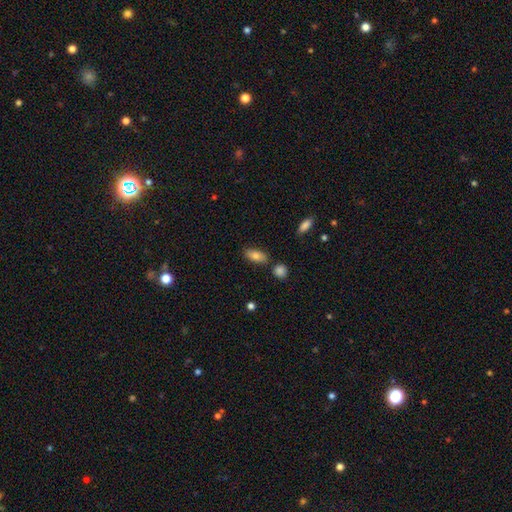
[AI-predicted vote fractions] smooth-or-featured: smooth: 79% | featured or disk: 13% | star or artifact: 8%
  how-rounded: in between: 86% | cigar-shaped: 10% | round: 4%
  merging: none: 78% | minor disturbance: 13% | merger: 6% | major disturbance: 3%